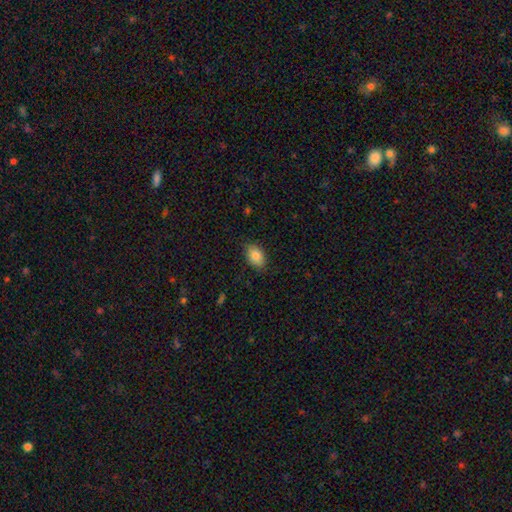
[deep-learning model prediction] Smooth or featured: smooth — 85% (star or artifact — 8%)
How rounded: in between — 85% (round — 14%)
Merging: none — 83% (minor disturbance — 13%)